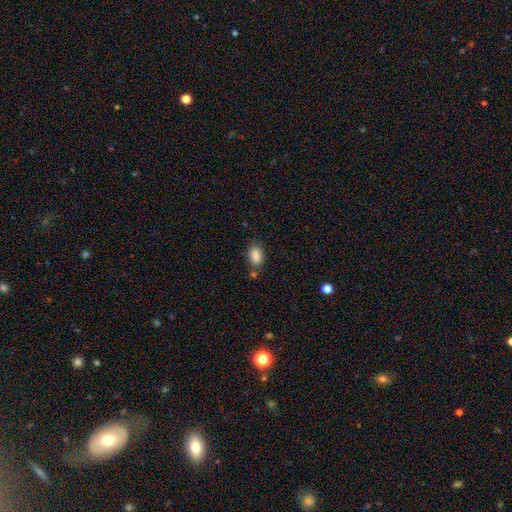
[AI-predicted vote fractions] Q: Smooth or featured?
A: smooth (87%); runner-up: star or artifact (8%)
Q: How rounded?
A: in between (86%); runner-up: round (12%)
Q: Merging?
A: none (70%); runner-up: minor disturbance (15%)